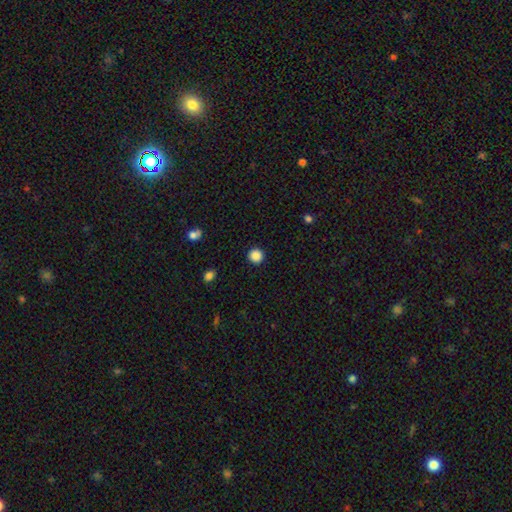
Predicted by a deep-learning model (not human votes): Smooth or featured: smooth — 87% (star or artifact — 10%)
How rounded: round — 95% (in between — 4%)
Merging: none — 92% (minor disturbance — 5%)